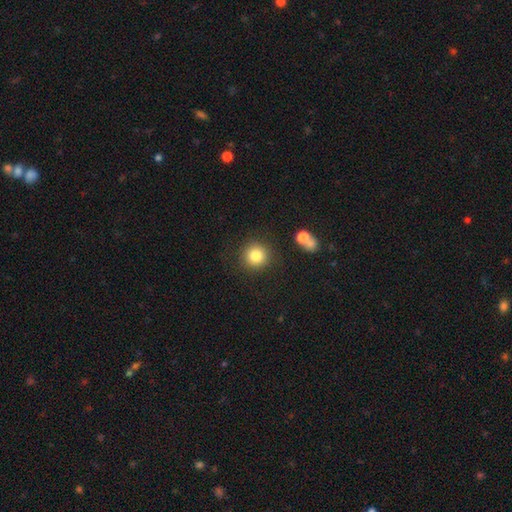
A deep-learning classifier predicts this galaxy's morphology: This appears to be a smooth galaxy with no disk features (83%) that is round (94%). Merging: none (86%).